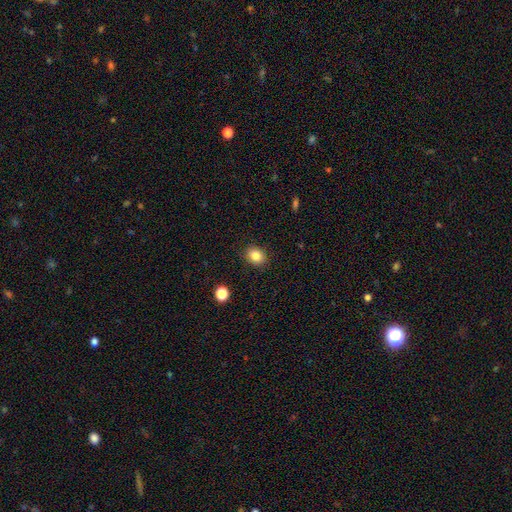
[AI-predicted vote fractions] Morphology: type=smooth (84%); roundness=round (52%); merging=none (89%).